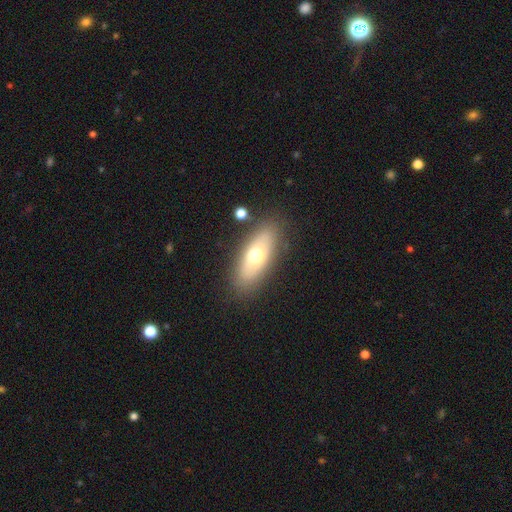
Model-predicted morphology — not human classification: smooth_or_featured: smooth (p=0.60) [alt: featured or disk p=0.32]
how_rounded: in between (p=0.71) [alt: cigar-shaped p=0.25]
merging: none (p=0.83) [alt: minor disturbance p=0.10]